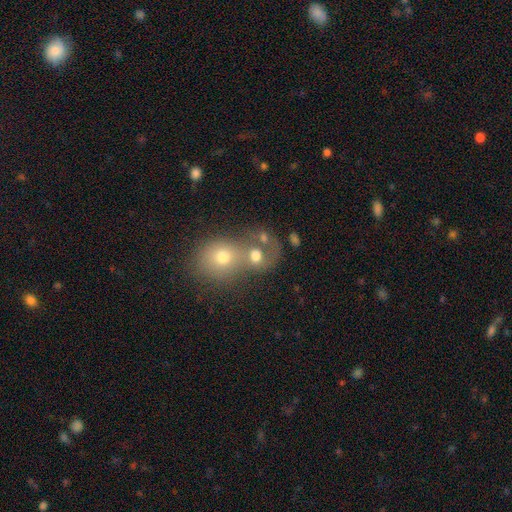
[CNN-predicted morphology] Smooth or featured? smooth (63%)
How rounded? round (65%)
Merging? merger (64%)